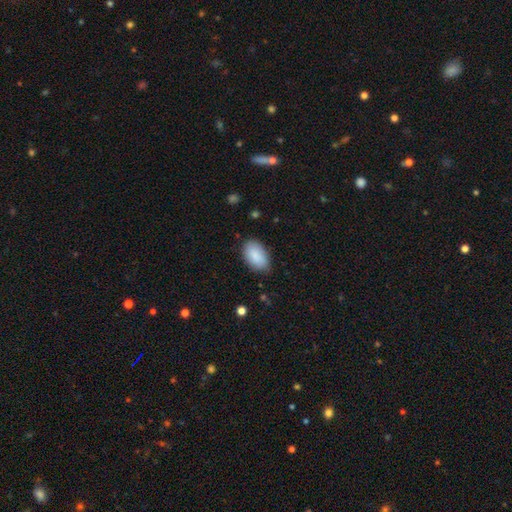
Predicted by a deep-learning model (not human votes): smooth 89%, star or artifact 6%, featured or disk 5%. Down the decision tree: how rounded — in between (94%); merging — none (82%).